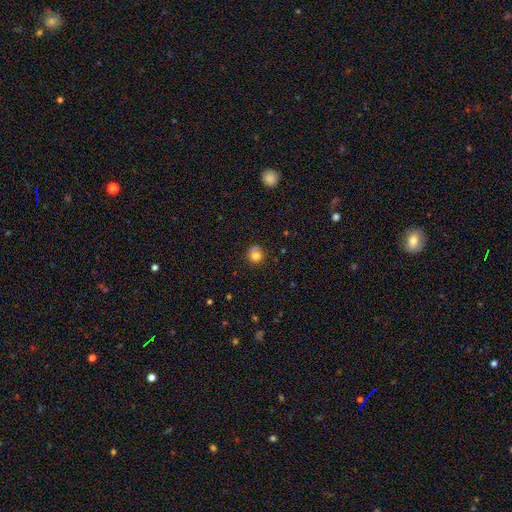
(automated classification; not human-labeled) Morphology: type=smooth (78%); roundness=round (87%); merging=none (63%).